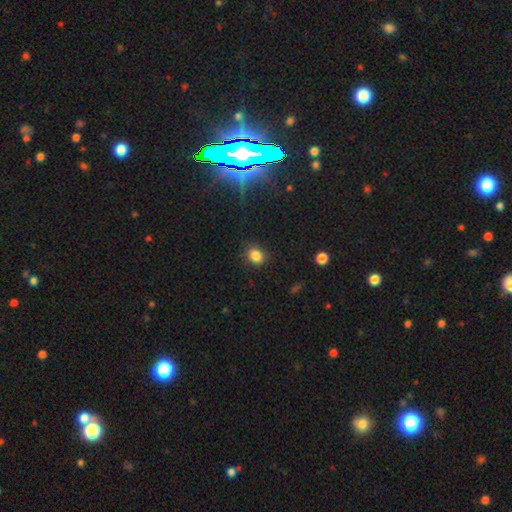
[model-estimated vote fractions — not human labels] The model was most divided on "how rounded": round: 52%, in between: 47%, cigar-shaped: 1%. More confident: merging — none (83%); smooth or featured — smooth (83%).